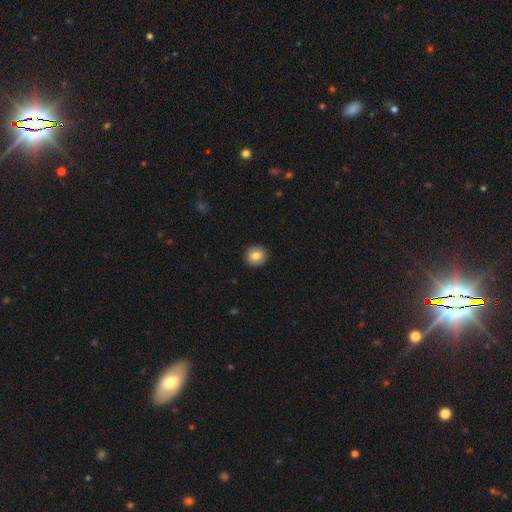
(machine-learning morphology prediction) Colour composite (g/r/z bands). It shows a smooth galaxy with no disk features (81%) that is round (86%). Merging: none (92%).